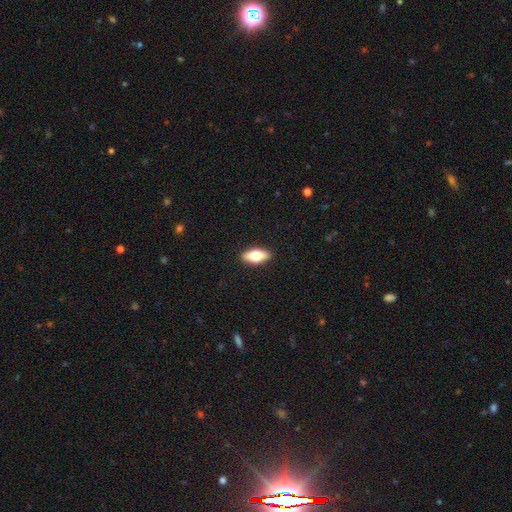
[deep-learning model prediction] Overall: smooth (69%). How rounded: in between (83%). Merging: none (90%).